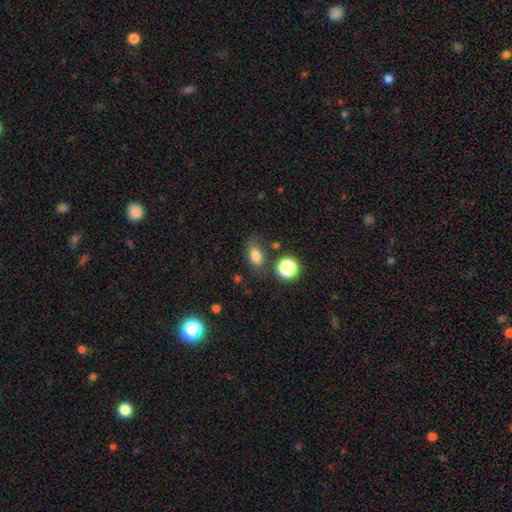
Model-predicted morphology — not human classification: type=smooth (80%); roundness=in between (78%); merging=none (68%).